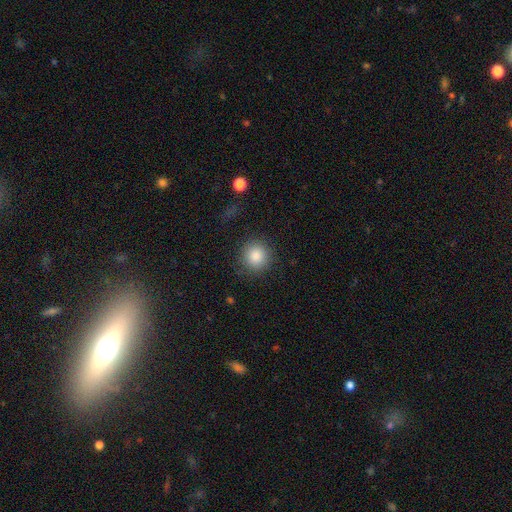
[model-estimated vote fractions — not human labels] smooth_or_featured: smooth (p=0.86) [alt: star or artifact p=0.09]
how_rounded: round (p=0.91) [alt: in between p=0.08]
merging: none (p=0.86) [alt: minor disturbance p=0.09]